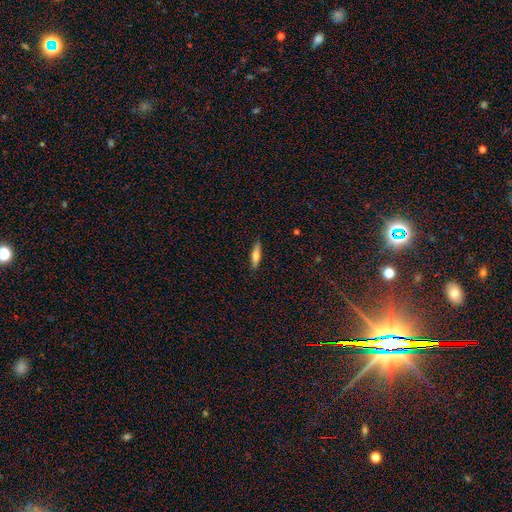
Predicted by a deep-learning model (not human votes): smooth 66%, featured or disk 28%, star or artifact 6%. Down the decision tree: how rounded — cigar-shaped (74%); merging — none (88%).